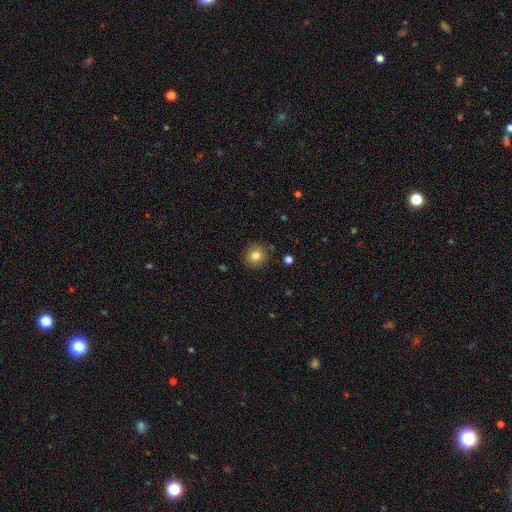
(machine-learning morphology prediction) Overall: smooth (80%). How rounded: round (89%). Merging: none (89%).